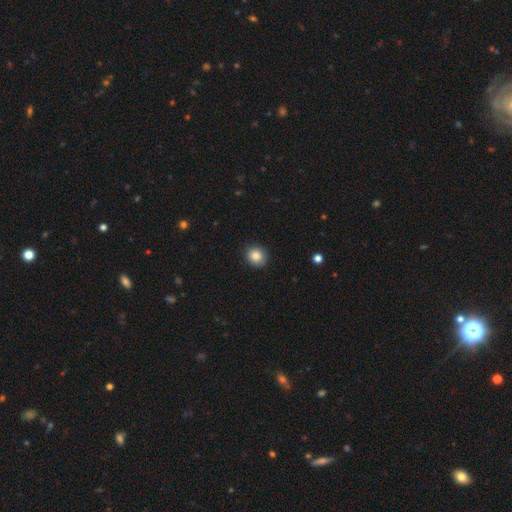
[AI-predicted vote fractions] A smooth galaxy with no disk features (85%) that is round (84%). Merging: none (89%).